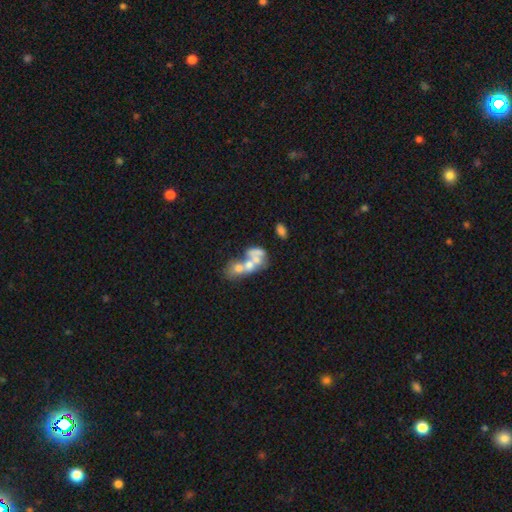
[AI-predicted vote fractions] This is possibly a featured or disk galaxy (46%). Merging: likely merger (70%).